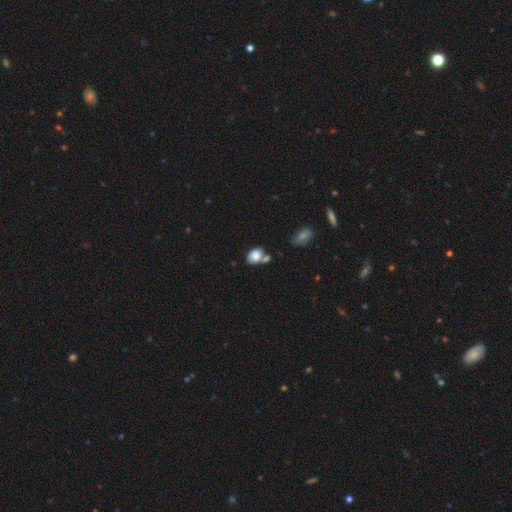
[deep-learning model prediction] A smooth galaxy with no disk features (82%) that is in between round and cigar-shaped (72%).

Vote fractions:
- Smooth or featured? smooth: 82% / star or artifact: 9% / featured or disk: 9%
- How rounded? in between: 72% / round: 27% / cigar-shaped: 1%
- Merging? none: 44% / merger: 32% / minor disturbance: 17% / major disturbance: 6%